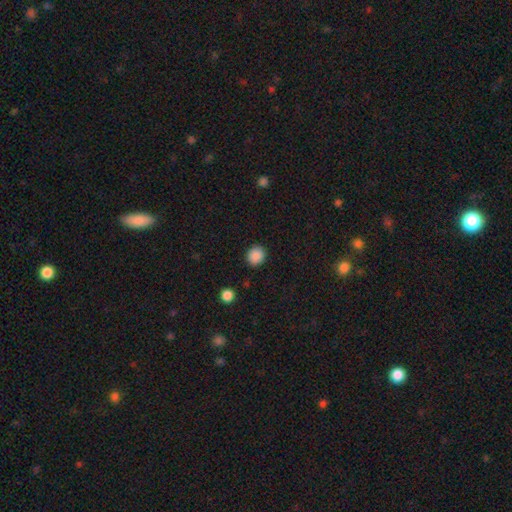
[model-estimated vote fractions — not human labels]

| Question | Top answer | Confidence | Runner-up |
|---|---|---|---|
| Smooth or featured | smooth | 88% | star or artifact (9%) |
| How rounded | round | 82% | in between (17%) |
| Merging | none | 89% | minor disturbance (7%) |